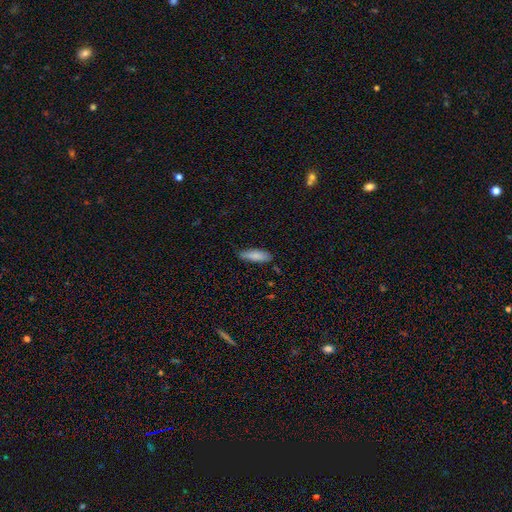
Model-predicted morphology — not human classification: Smooth or featured?
  - smooth: 83% *
  - featured or disk: 11%
  - star or artifact: 6%
How rounded?
  - in between: 51% *
  - cigar-shaped: 47%
  - round: 2%
Merging?
  - none: 73% *
  - minor disturbance: 22%
  - major disturbance: 3%
  - merger: 2%